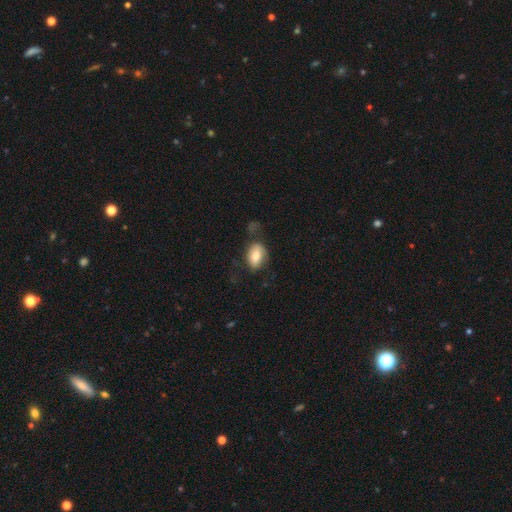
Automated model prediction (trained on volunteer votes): Smooth or featured: smooth — 79% (featured or disk — 14%)
How rounded: in between — 90% (round — 8%)
Merging: none — 55% (minor disturbance — 25%)